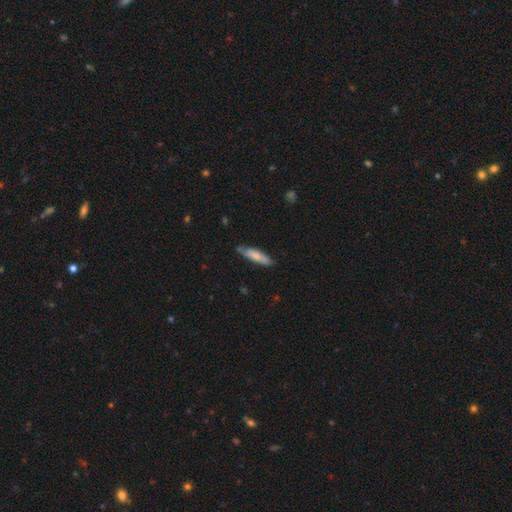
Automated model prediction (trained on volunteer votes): The model was most divided on "smooth or featured": smooth: 69%, featured or disk: 26%, star or artifact: 6%. More confident: merging — none (76%); how rounded — cigar-shaped (73%).